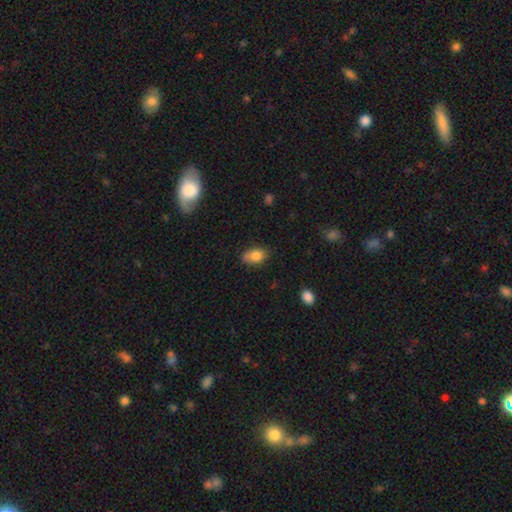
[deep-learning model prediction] Smooth or featured? smooth (82%)
How rounded? in between (86%)
Merging? none (69%)